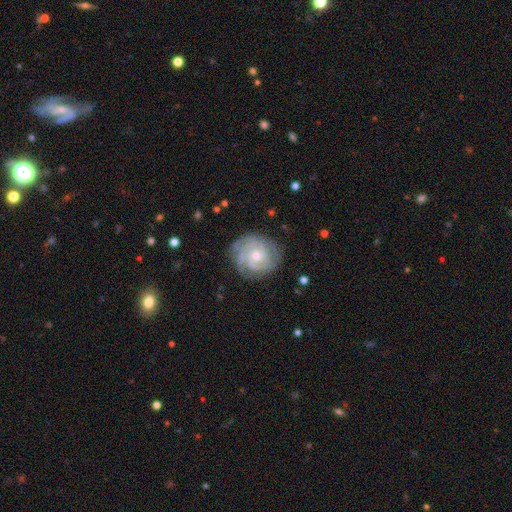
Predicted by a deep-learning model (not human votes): Morphology: type=featured or disk (83%); edge-on=no (98%); bar=no (73%); spiral arms=yes (96%); winding=tight (74%); arm count=can't tell (29%); bulge=small (56%); merging=none (78%).